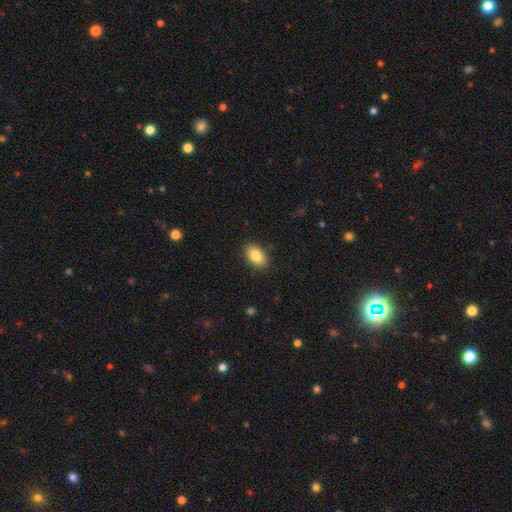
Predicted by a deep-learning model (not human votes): Smooth or featured? Predicted: smooth (p=0.84). How rounded? Predicted: in between (p=0.91). Merging? Predicted: none (p=0.87).